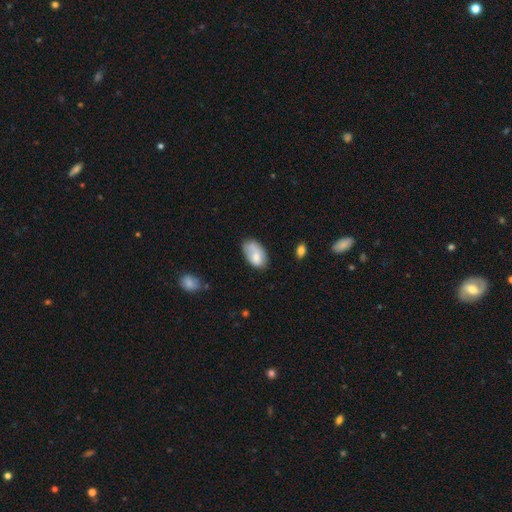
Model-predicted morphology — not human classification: smooth-or-featured: smooth: 72% | featured or disk: 20% | star or artifact: 7%
  how-rounded: in between: 93% | round: 5% | cigar-shaped: 1%
  merging: none: 52% | minor disturbance: 33% | major disturbance: 10% | merger: 4%